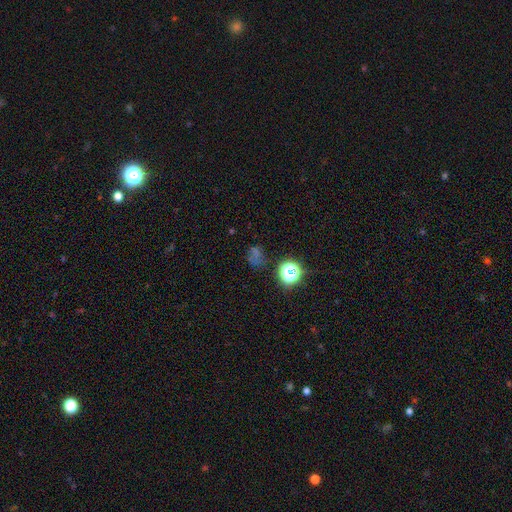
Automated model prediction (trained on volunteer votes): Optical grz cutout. It shows a star or artifact, not a galaxy (48%).